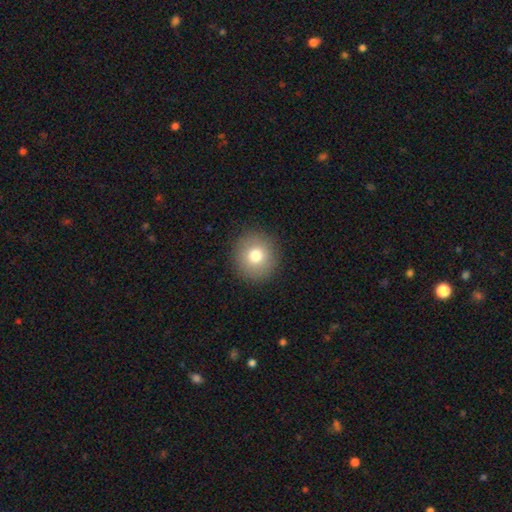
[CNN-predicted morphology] smooth 78%, featured or disk 12%, star or artifact 11%. Down the decision tree: how rounded — round (93%); merging — none (91%).